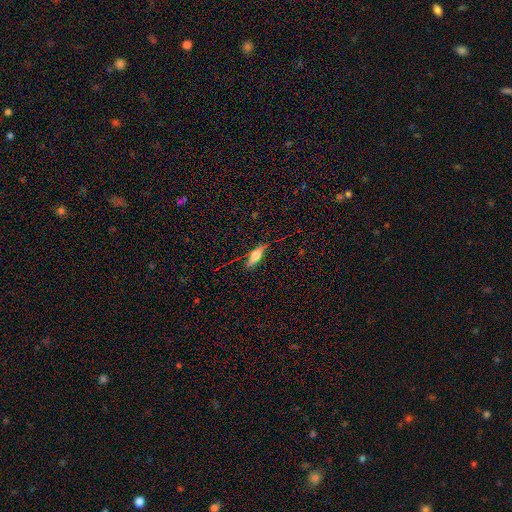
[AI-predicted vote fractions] Smooth or featured? smooth (56%)
How rounded? in between (57%)
Merging? none (74%)